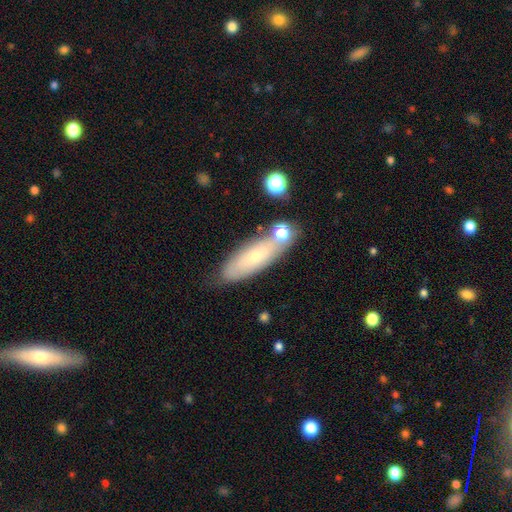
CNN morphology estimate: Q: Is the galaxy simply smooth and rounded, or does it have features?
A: smooth — 62%.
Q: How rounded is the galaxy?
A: in between — 51%.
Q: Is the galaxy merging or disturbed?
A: none — 67%.